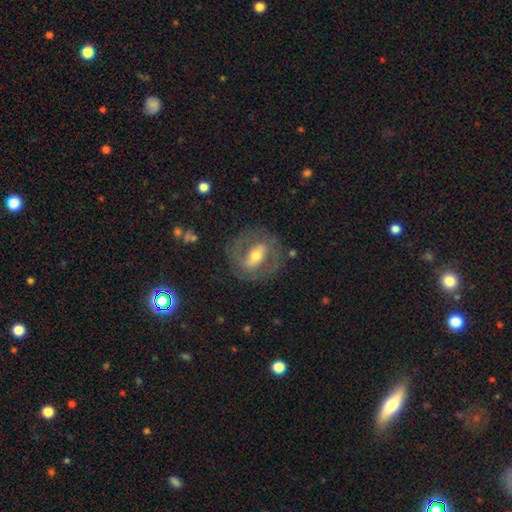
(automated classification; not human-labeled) Q: Smooth or featured?
A: featured or disk (76%); runner-up: smooth (18%)
Q: Edge-on disk?
A: no (93%); runner-up: yes (7%)
Q: Bar?
A: strong (47%); runner-up: weak (35%)
Q: Spiral arms?
A: yes (77%); runner-up: no (23%)
Q: Spiral winding?
A: medium (47%); runner-up: tight (37%)
Q: Spiral arm count?
A: 2 (82%); runner-up: can't tell (10%)
Q: Bulge size?
A: moderate (67%); runner-up: small (21%)
Q: Merging?
A: none (77%); runner-up: minor disturbance (13%)